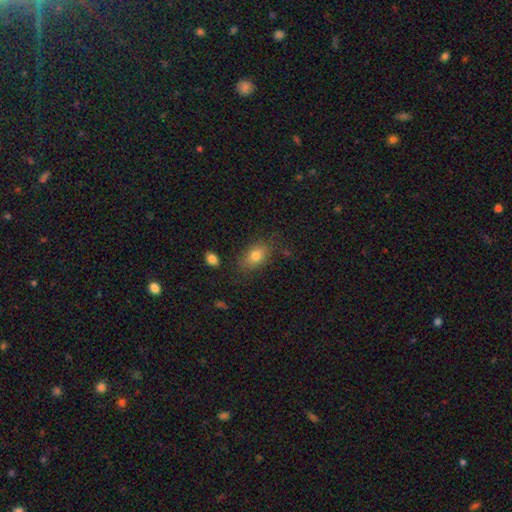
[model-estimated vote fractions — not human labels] Morphology: type=smooth (78%); roundness=in between (83%); merging=none (77%).